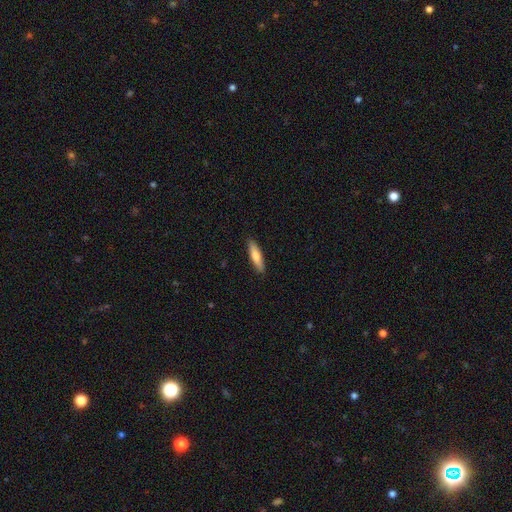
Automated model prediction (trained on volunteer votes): Smooth or featured? Predicted: smooth (p=0.74). How rounded? Predicted: cigar-shaped (p=0.72). Merging? Predicted: none (p=0.89).